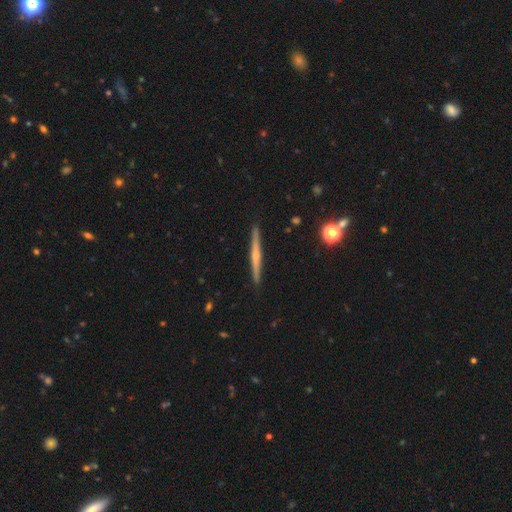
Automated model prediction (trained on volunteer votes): This is likely a featured or disk galaxy (70%). It is clearly viewed edge-on (98%). Edge-on bulge: likely rounded (69%). Merging: clearly none (91%).